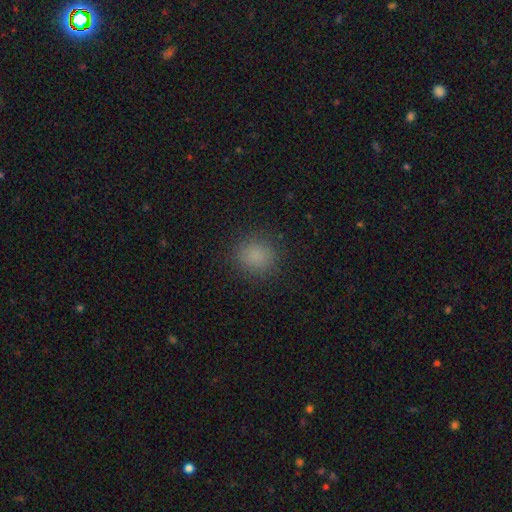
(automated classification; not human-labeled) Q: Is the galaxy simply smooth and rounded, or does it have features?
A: smooth — 84%.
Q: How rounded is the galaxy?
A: round — 86%.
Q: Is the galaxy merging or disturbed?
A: none — 88%.